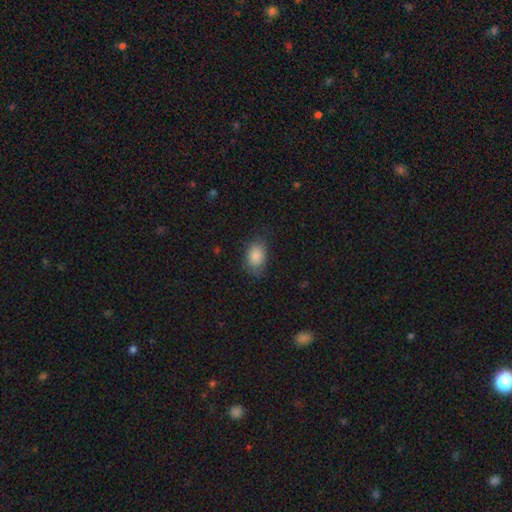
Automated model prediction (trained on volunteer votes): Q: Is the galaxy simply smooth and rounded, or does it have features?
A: smooth — 85%.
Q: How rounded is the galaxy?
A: in between — 80%.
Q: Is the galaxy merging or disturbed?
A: none — 75%.